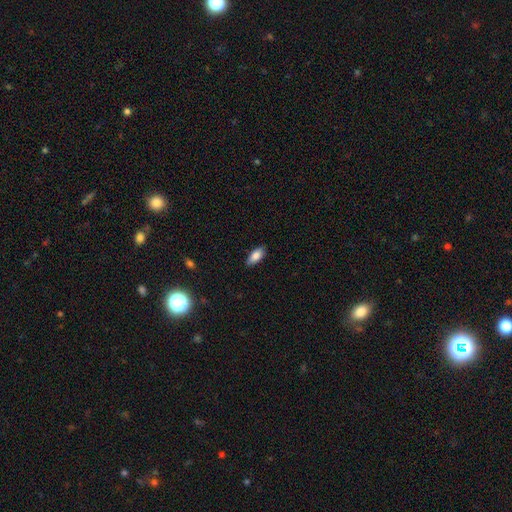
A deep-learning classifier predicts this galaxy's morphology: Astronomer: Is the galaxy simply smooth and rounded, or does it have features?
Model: smooth — 83%.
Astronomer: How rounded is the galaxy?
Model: in between — 84%.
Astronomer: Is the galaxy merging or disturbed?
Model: none — 85%.